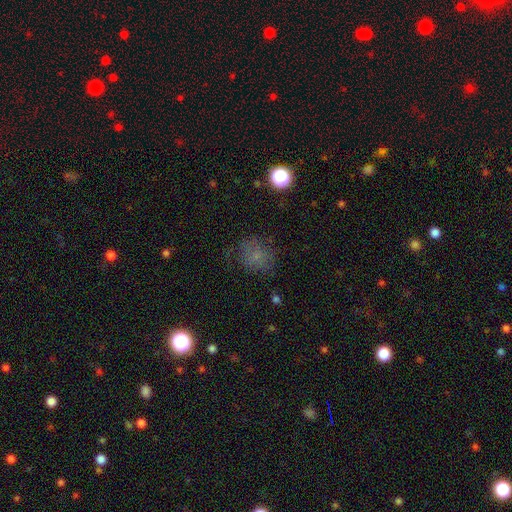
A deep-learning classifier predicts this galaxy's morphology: Overall: smooth (64%). How rounded: round (70%). Merging: none (67%).